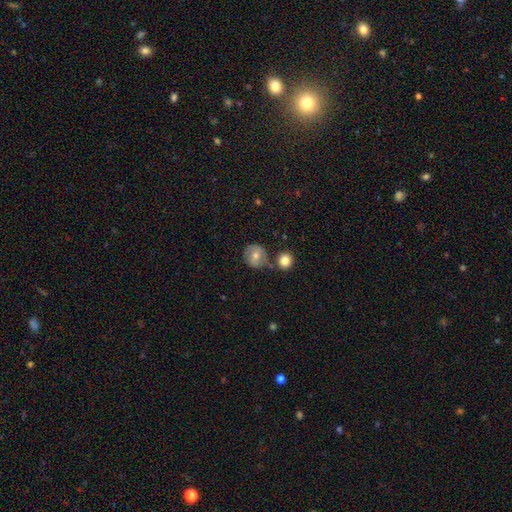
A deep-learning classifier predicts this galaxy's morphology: smooth 66%, featured or disk 25%, star or artifact 9%. Down the decision tree: how rounded — round (85%); merging — none (70%).